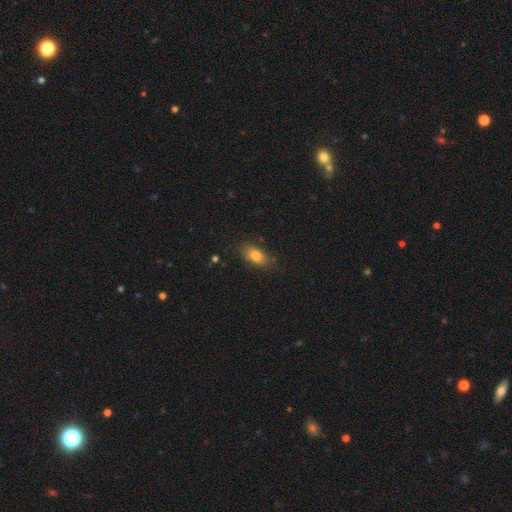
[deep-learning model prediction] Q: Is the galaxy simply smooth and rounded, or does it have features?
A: smooth — 81%.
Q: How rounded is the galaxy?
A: in between — 84%.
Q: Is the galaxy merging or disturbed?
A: none — 79%.